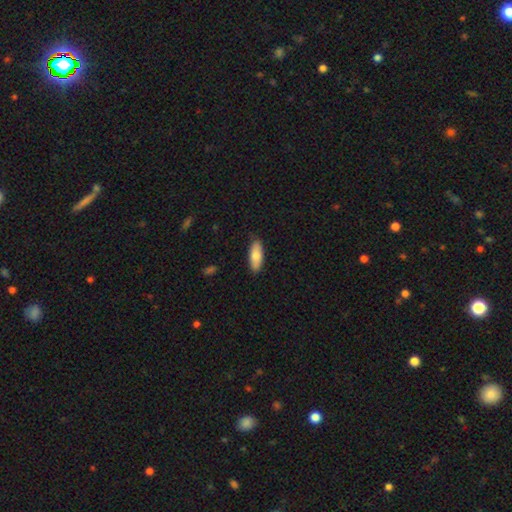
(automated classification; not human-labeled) Smooth or featured: smooth — 79% (featured or disk — 15%)
How rounded: in between — 73% (cigar-shaped — 25%)
Merging: none — 85% (minor disturbance — 12%)